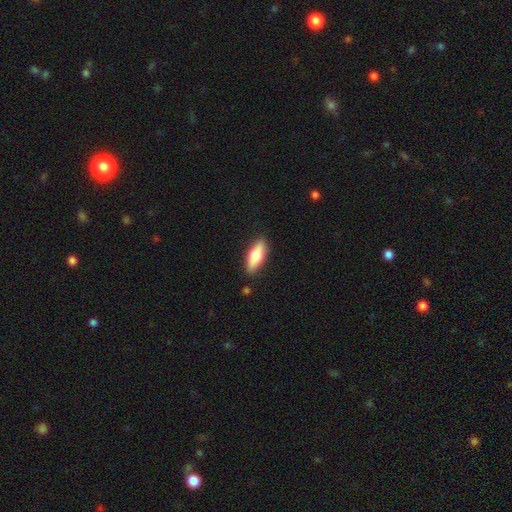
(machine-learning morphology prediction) Smooth or featured? smooth (67%)
How rounded? in between (65%)
Merging? none (86%)